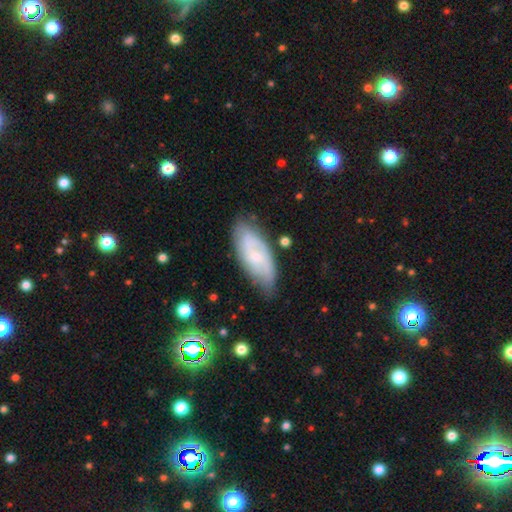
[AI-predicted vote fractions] Q: Smooth or featured?
A: featured or disk (63%); runner-up: smooth (31%)
Q: Edge-on disk?
A: no (90%); runner-up: yes (10%)
Q: Bar?
A: no (54%); runner-up: weak (39%)
Q: Spiral arms?
A: yes (85%); runner-up: no (15%)
Q: Bulge size?
A: small (66%); runner-up: moderate (26%)
Q: Merging?
A: none (69%); runner-up: minor disturbance (23%)